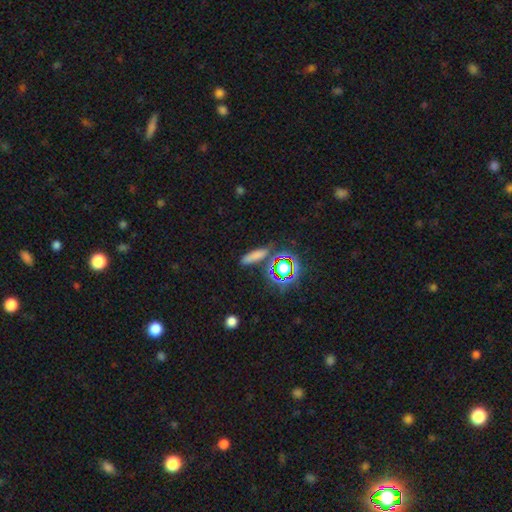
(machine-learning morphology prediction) This appears to be a smooth galaxy with no disk features (64%) that is cigar-shaped (62%). Merging: none (76%).